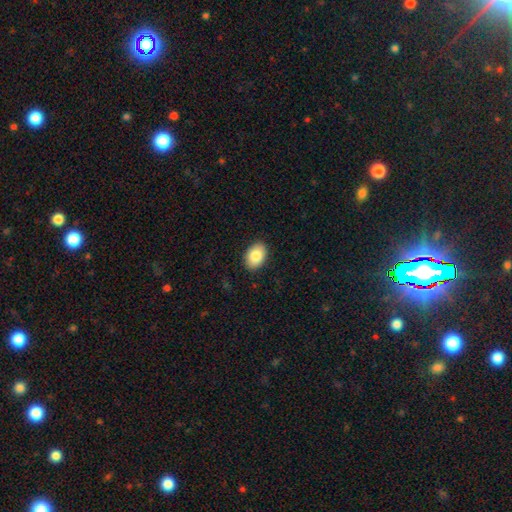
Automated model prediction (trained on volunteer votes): This appears to be a smooth galaxy with no disk features (86%) that is in between round and cigar-shaped (86%). Merging: none (89%).